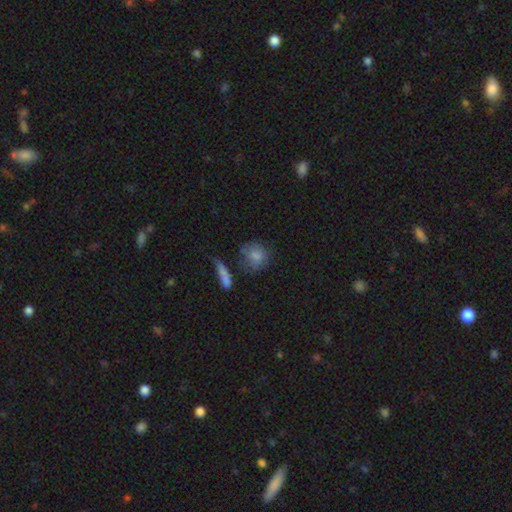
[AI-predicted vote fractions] This is likely a smooth galaxy (78%). How rounded: likely round (74%). Merging: possibly none (59%).